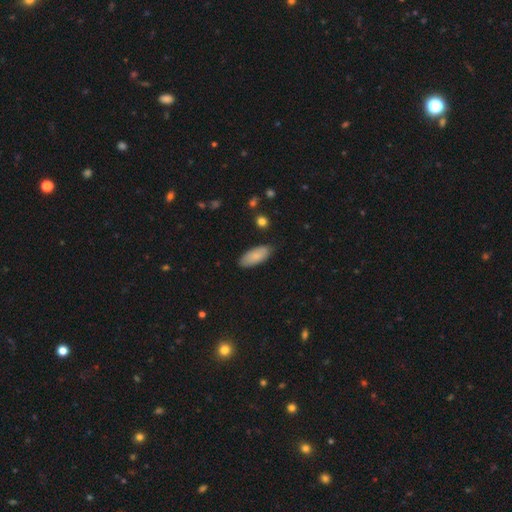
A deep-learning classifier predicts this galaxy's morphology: Q: Smooth or featured?
A: smooth (85%); runner-up: featured or disk (9%)
Q: How rounded?
A: in between (85%); runner-up: cigar-shaped (13%)
Q: Merging?
A: none (82%); runner-up: minor disturbance (14%)